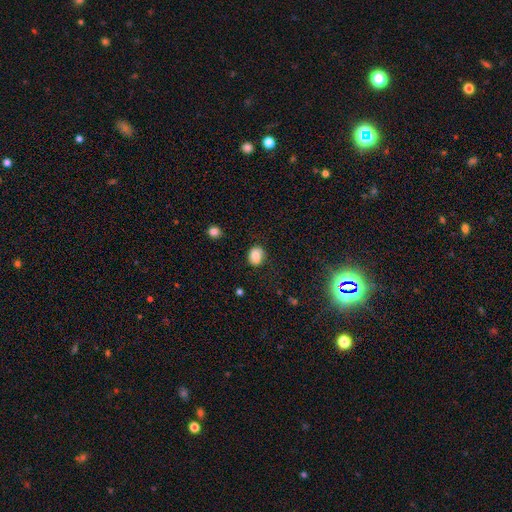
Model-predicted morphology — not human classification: This appears to be a smooth galaxy with no disk features (84%) that is in between round and cigar-shaped (51%). Merging: none (78%).